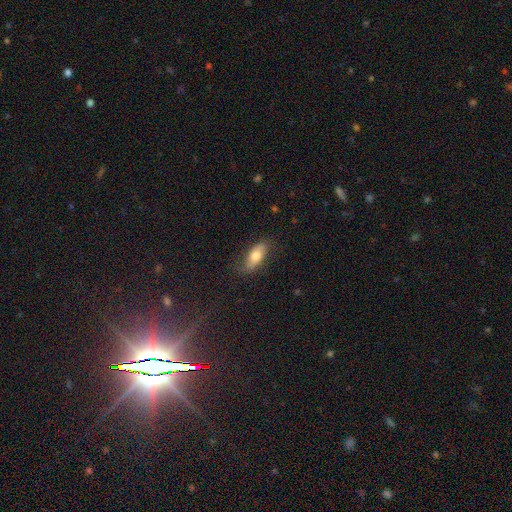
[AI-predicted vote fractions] A smooth galaxy with no disk features (68%) that is in between round and cigar-shaped (80%).

Vote fractions:
- Smooth or featured? smooth: 68% / featured or disk: 25% / star or artifact: 7%
- How rounded? in between: 80% / cigar-shaped: 16% / round: 4%
- Merging? none: 75% / minor disturbance: 19% / major disturbance: 5% / merger: 1%